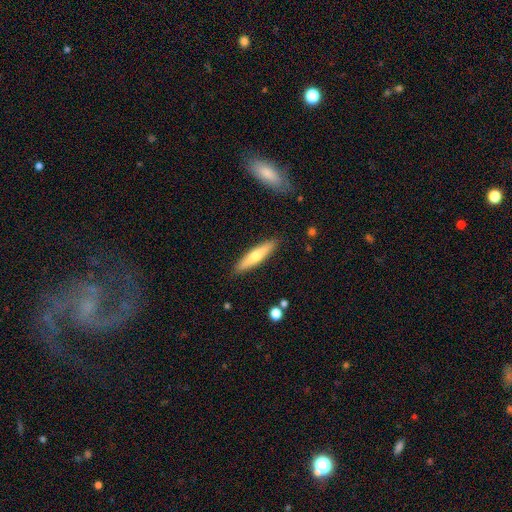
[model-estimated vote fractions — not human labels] smooth_or_featured: smooth (p=0.59) [alt: featured or disk p=0.35]
how_rounded: cigar-shaped (p=0.83) [alt: in between p=0.15]
merging: none (p=0.89) [alt: minor disturbance p=0.08]